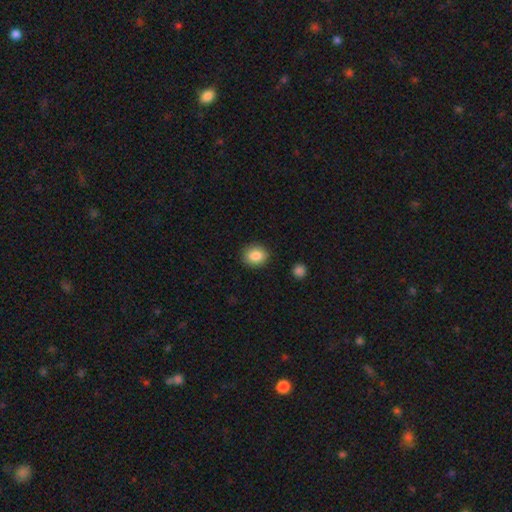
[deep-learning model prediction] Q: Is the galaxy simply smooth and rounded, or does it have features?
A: smooth — 86%.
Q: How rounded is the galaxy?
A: round — 74%.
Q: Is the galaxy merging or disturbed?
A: none — 88%.